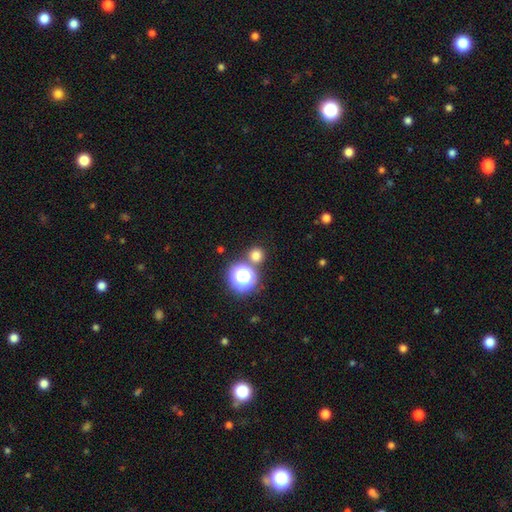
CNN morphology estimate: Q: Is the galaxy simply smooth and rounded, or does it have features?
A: smooth — 71%.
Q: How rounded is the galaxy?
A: round — 92%.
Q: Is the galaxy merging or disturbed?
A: none — 79%.